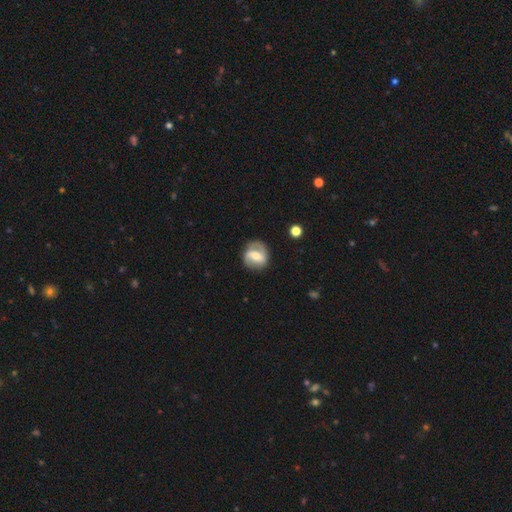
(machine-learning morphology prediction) featured or disk 63%, smooth 30%, star or artifact 7%. Down the decision tree: edge-on disk — no (95%); bar — strong (47%); spiral arms — yes (74%); bulge size — moderate (57%); merging — none (75%).